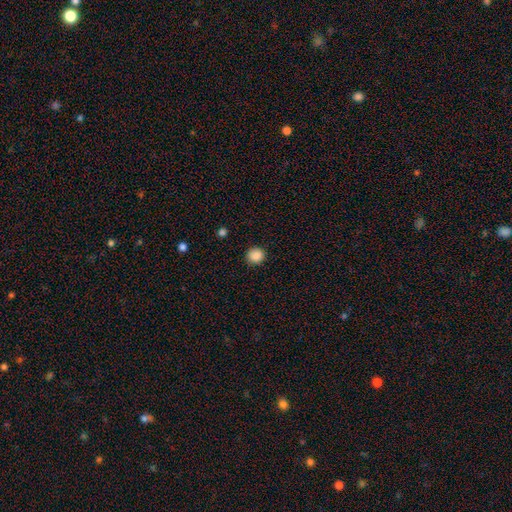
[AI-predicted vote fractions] Overall: smooth (88%). How rounded: round (91%). Merging: none (90%).